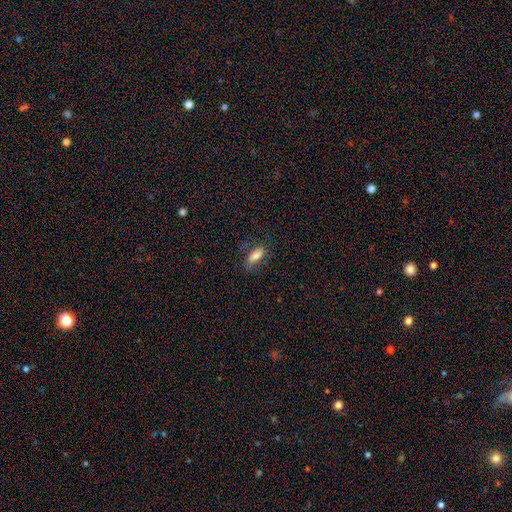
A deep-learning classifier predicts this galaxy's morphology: Smooth or featured?
  - smooth: 76% *
  - featured or disk: 15%
  - star or artifact: 9%
How rounded?
  - in between: 78% *
  - cigar-shaped: 19%
  - round: 3%
Merging?
  - none: 69% *
  - minor disturbance: 20%
  - major disturbance: 9%
  - merger: 2%